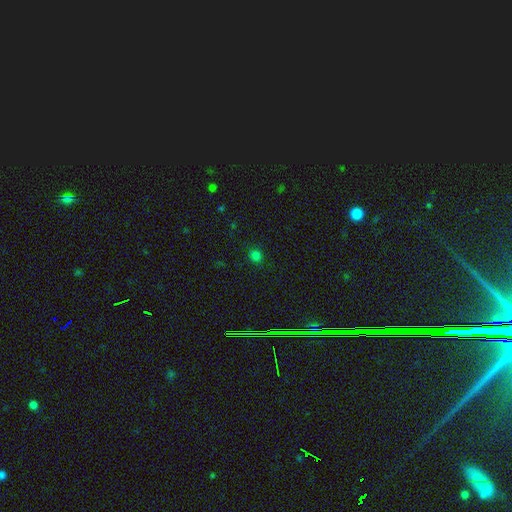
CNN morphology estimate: The model was most divided on "smooth or featured": smooth: 76%, star or artifact: 20%, featured or disk: 4%. More confident: merging — none (88%); how rounded — round (84%).